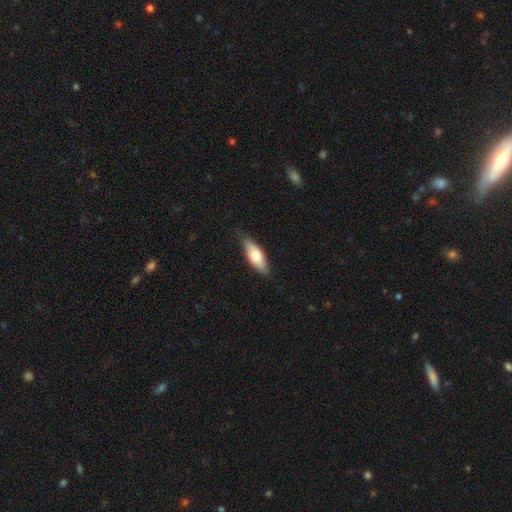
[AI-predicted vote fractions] This is likely a smooth galaxy (67%). How rounded: likely in between (67%). Merging: likely none (79%).